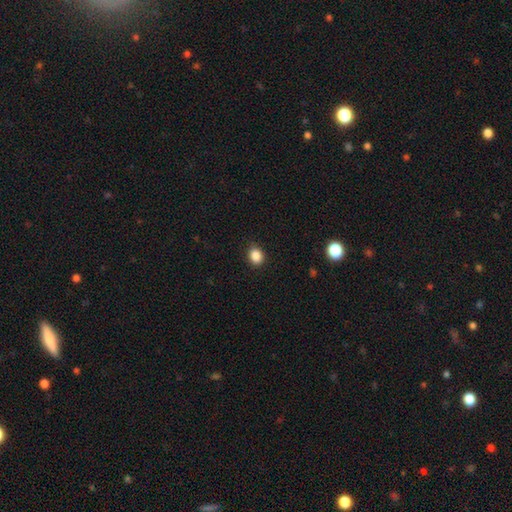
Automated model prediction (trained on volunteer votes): Smooth or featured?
  - smooth: 87% *
  - star or artifact: 10%
  - featured or disk: 3%
How rounded?
  - round: 60% *
  - in between: 39%
  - cigar-shaped: 1%
Merging?
  - none: 88% *
  - minor disturbance: 9%
  - major disturbance: 2%
  - merger: 1%